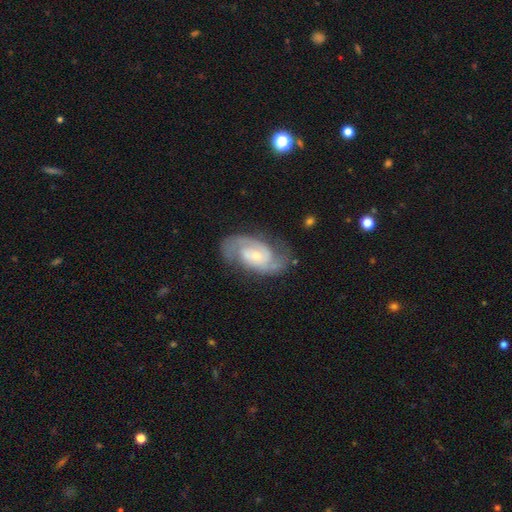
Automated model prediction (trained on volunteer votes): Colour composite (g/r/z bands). It shows a featured or disk galaxy (86%) with no bar (49%), 2 (88%) medium (50%) spiral arms (97%) and a small central bulge (54%). Merging: none (74%).